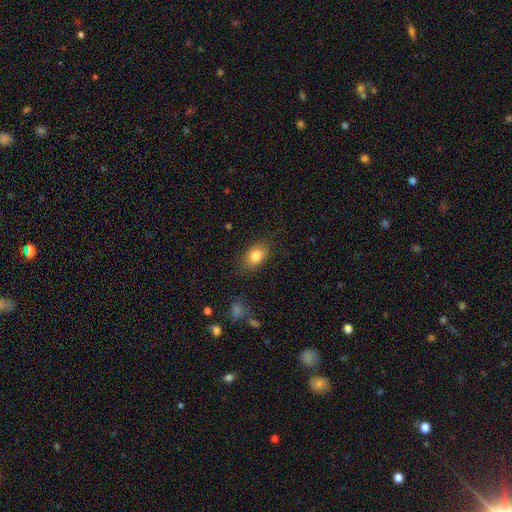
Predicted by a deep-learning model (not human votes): Overall: smooth (82%). How rounded: in between (84%). Merging: none (82%).